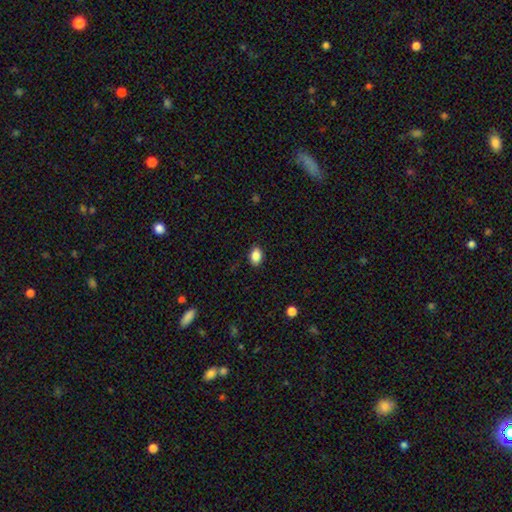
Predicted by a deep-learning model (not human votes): Overall: smooth (87%). How rounded: in between (78%). Merging: none (88%).